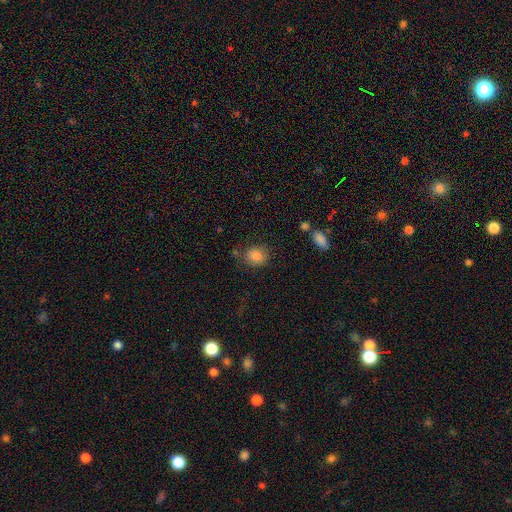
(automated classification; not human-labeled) smooth_or_featured: smooth (p=0.86) [alt: star or artifact p=0.10]
how_rounded: round (p=0.68) [alt: in between p=0.31]
merging: none (p=0.75) [alt: minor disturbance p=0.15]